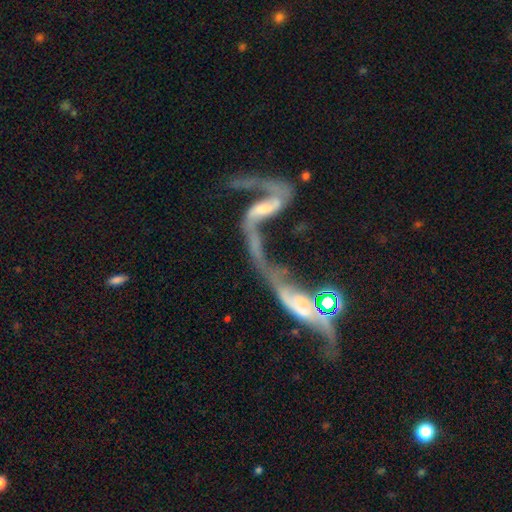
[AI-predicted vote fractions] Smooth or featured? Predicted: featured or disk (p=0.81). Edge-on disk? Predicted: no (p=0.88). Bar? Predicted: no (p=0.38). Spiral arms? Predicted: yes (p=0.82). Spiral winding? Predicted: loose (p=0.87). Spiral arm count? Predicted: 2 (p=0.82). Bulge size? Predicted: small (p=0.44). Merging? Predicted: merger (p=0.53).